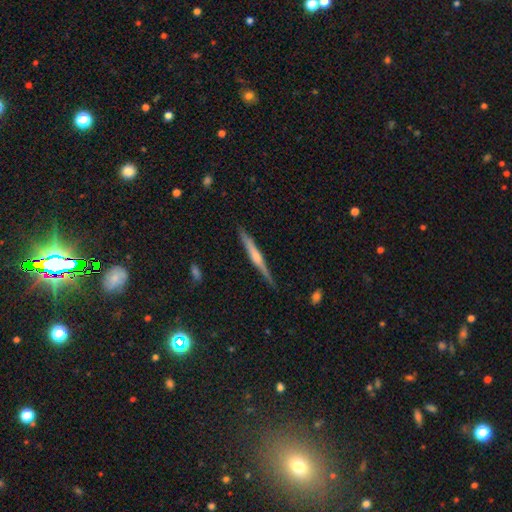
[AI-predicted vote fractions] A featured or disk galaxy (67%) viewed edge-on (98%) with a rounded central bulge (64%). Merging: none (87%).